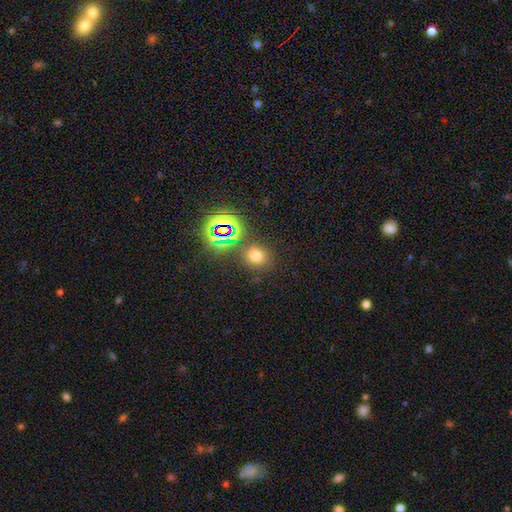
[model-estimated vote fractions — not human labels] A smooth galaxy with no disk features (63%) that is round (81%). Merging: none (79%).